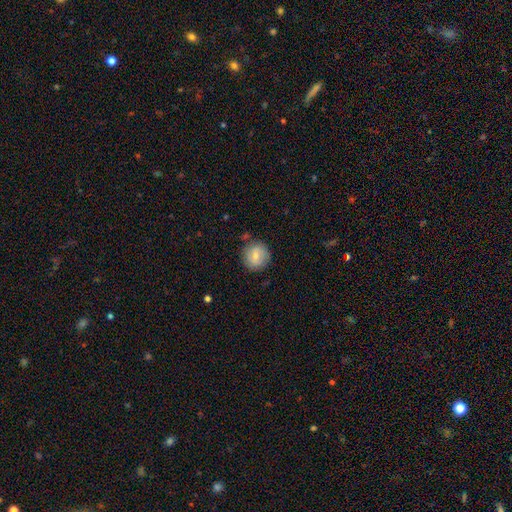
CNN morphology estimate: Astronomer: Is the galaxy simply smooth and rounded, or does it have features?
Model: smooth — 74%.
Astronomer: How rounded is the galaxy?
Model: round — 90%.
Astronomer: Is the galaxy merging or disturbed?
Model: none — 82%.